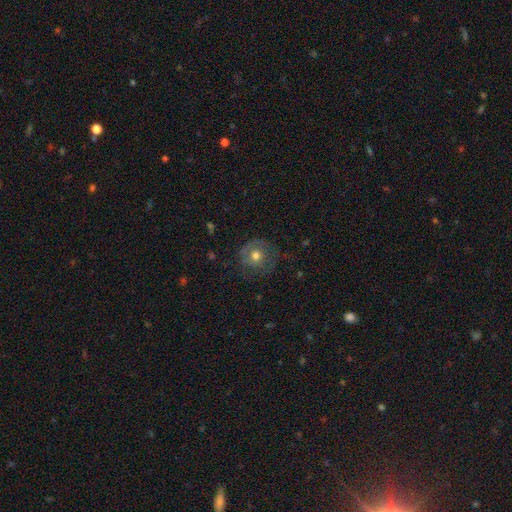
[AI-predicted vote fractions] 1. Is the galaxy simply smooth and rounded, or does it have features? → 58% smooth, 32% featured or disk, 10% star or artifact.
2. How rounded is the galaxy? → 87% round, 12% in between, 1% cigar-shaped.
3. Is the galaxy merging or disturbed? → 60% none, 22% minor disturbance, 17% major disturbance, 2% merger.